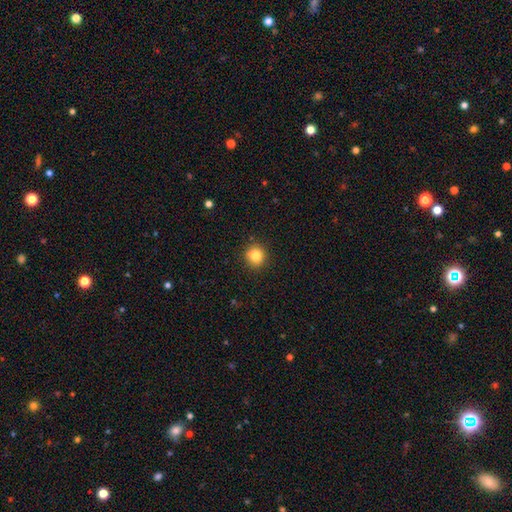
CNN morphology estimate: Overall: smooth (83%). How rounded: round (92%). Merging: none (91%).